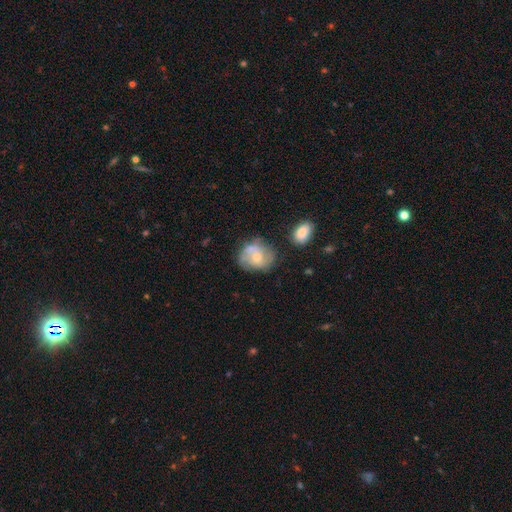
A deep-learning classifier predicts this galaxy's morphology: smooth 46% (tied), featured or disk 46% (tied), star or artifact 8%. Down the decision tree: merging — none (49%).